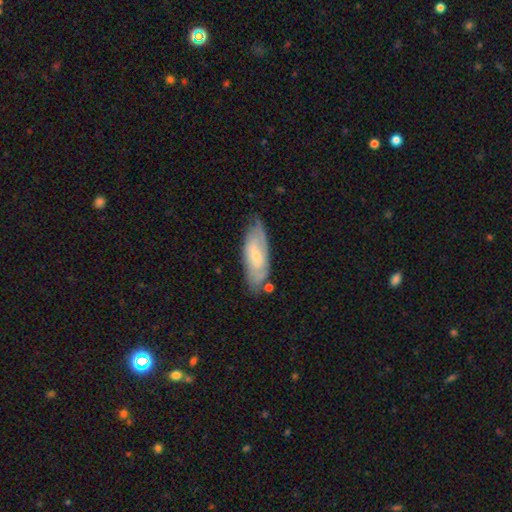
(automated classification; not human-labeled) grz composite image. It shows a featured or disk galaxy (54%). Merging: none (65%).